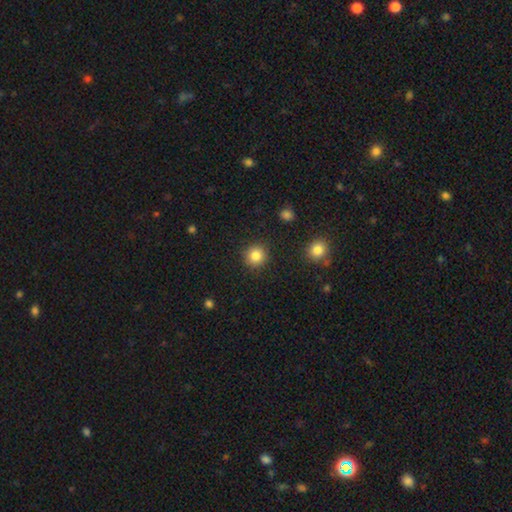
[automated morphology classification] A smooth galaxy with no disk features (85%) that is round (93%).

Vote fractions:
- Smooth or featured? smooth: 85% / star or artifact: 10% / featured or disk: 5%
- How rounded? round: 93% / in between: 6% / cigar-shaped: 1%
- Merging? none: 91% / minor disturbance: 6% / major disturbance: 2% / merger: 1%